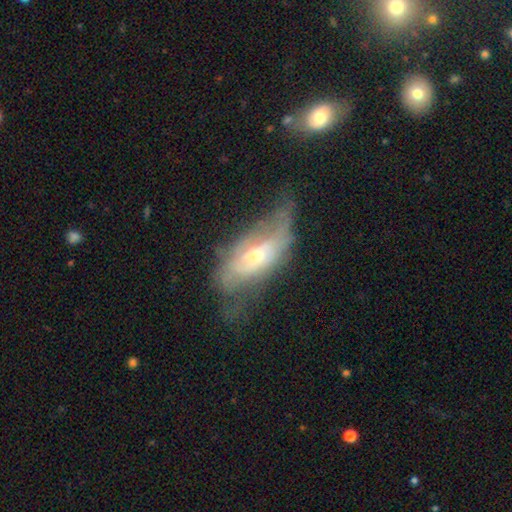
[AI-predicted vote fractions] Smooth or featured: featured or disk — 64% (smooth — 28%)
Edge-on disk: no — 75% (yes — 25%)
Merging: none — 37% (minor disturbance — 31%)